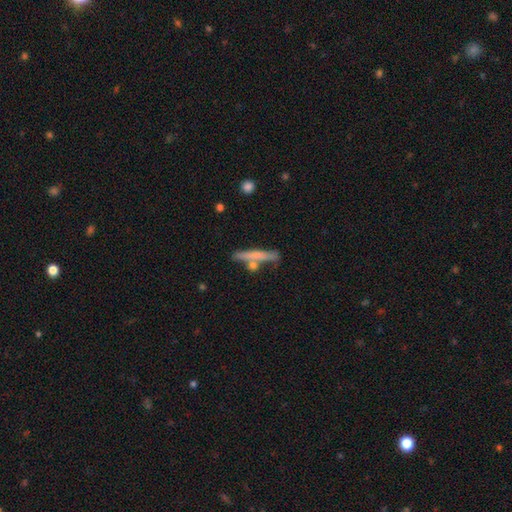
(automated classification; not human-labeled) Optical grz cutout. It shows a smooth galaxy with no disk features (55%) that is cigar-shaped (92%). Merging: none (68%).